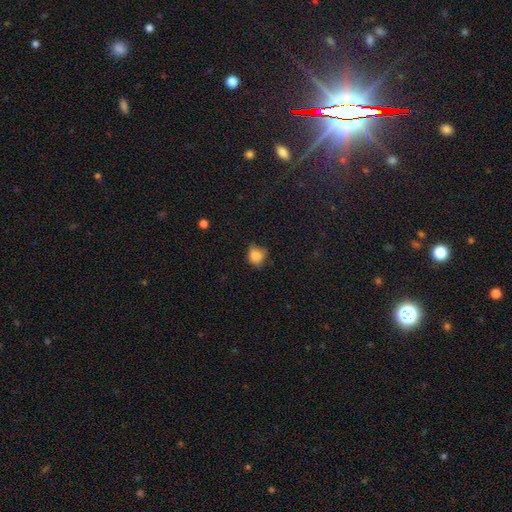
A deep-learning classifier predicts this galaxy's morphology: type=smooth (84%); roundness=round (70%); merging=none (57%).